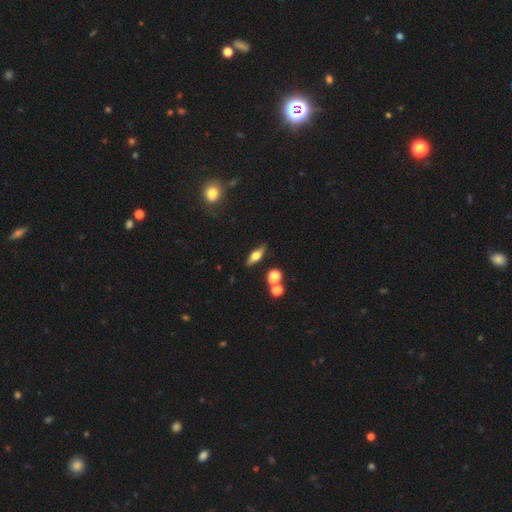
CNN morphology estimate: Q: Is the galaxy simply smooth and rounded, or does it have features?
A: featured or disk — 48%.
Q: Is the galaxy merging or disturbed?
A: none — 80%.